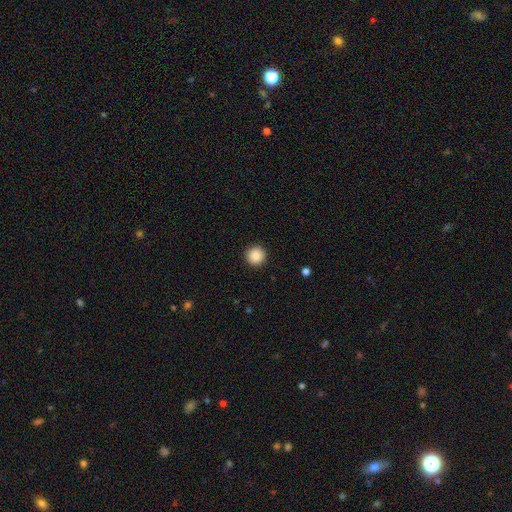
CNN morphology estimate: A smooth galaxy with no disk features (89%) that is round (96%).

Vote fractions:
- Smooth or featured? smooth: 89% / star or artifact: 9% / featured or disk: 3%
- How rounded? round: 96% / in between: 3% / cigar-shaped: 1%
- Merging? none: 92% / minor disturbance: 5% / major disturbance: 2% / merger: 1%